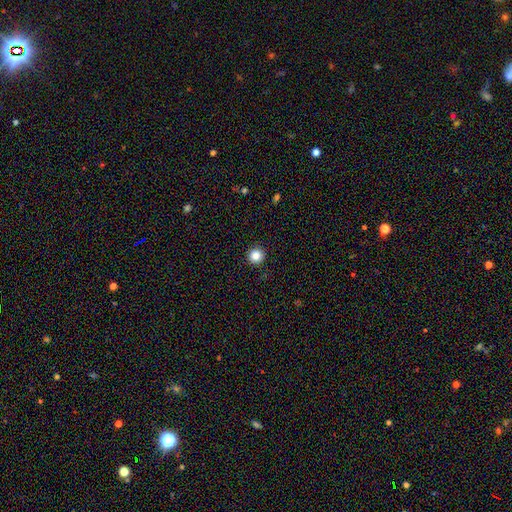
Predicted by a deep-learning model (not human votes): Q: Smooth or featured?
A: smooth (85%); runner-up: star or artifact (11%)
Q: How rounded?
A: round (96%); runner-up: in between (3%)
Q: Merging?
A: none (93%); runner-up: minor disturbance (4%)